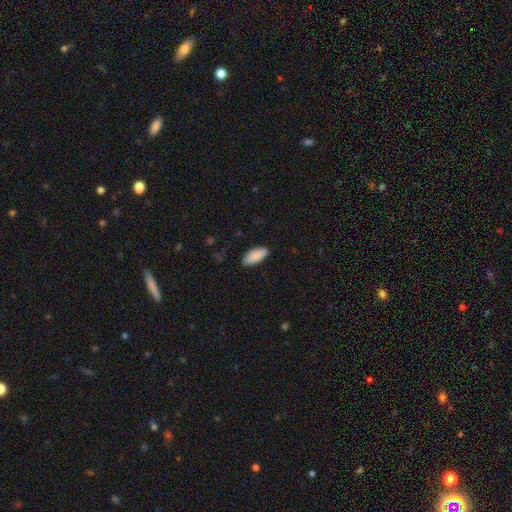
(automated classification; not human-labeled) Q: Smooth or featured?
A: smooth (88%); runner-up: featured or disk (6%)
Q: How rounded?
A: in between (90%); runner-up: cigar-shaped (8%)
Q: Merging?
A: none (85%); runner-up: minor disturbance (12%)